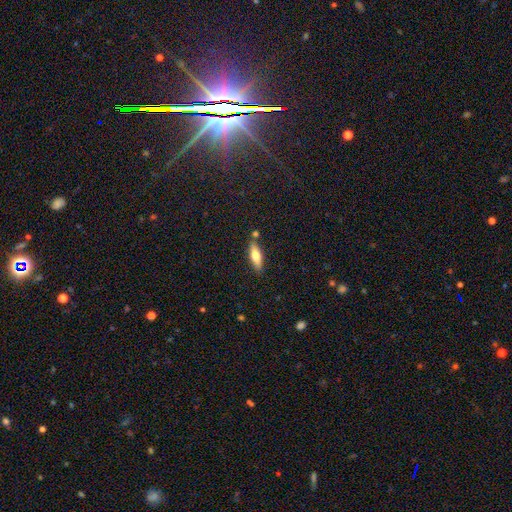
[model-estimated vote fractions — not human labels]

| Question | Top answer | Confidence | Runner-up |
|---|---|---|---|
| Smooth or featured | smooth | 62% | featured or disk (31%) |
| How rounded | cigar-shaped | 53% | in between (45%) |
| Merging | none | 80% | minor disturbance (11%) |